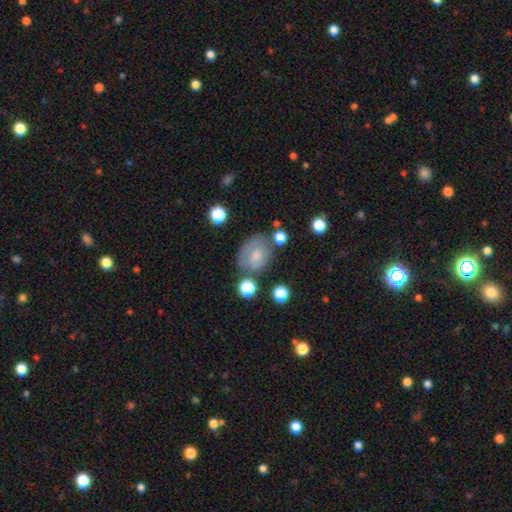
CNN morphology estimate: type=smooth (60%); roundness=in between (53%); merging=none (58%).